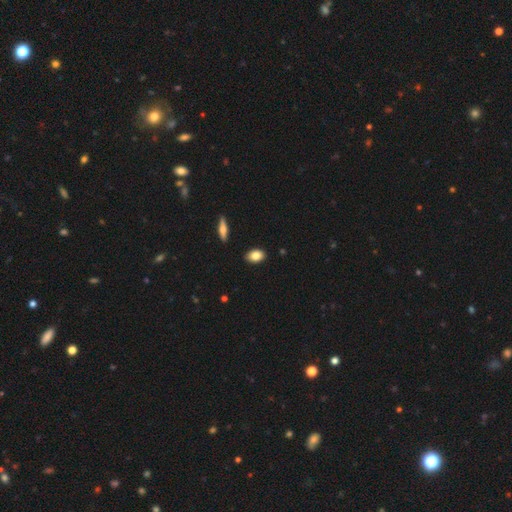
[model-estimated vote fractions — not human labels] Smooth or featured: smooth — 83% (featured or disk — 10%)
How rounded: in between — 87% (round — 11%)
Merging: none — 88% (minor disturbance — 9%)